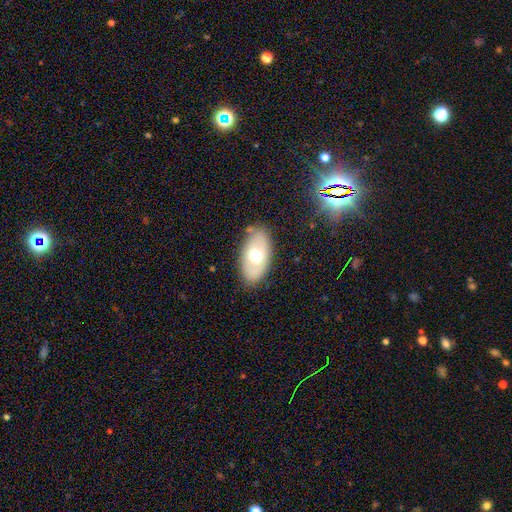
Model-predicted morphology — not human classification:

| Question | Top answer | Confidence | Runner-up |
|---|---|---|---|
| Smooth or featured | smooth | 57% | featured or disk (35%) |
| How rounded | in between | 91% | round (7%) |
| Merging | none | 81% | minor disturbance (13%) |